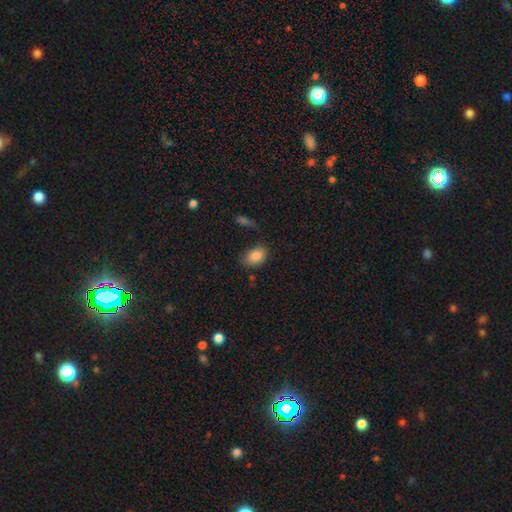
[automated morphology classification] This appears to be a smooth galaxy with no disk features (85%) that is in between round and cigar-shaped (82%). Merging: none (64%).